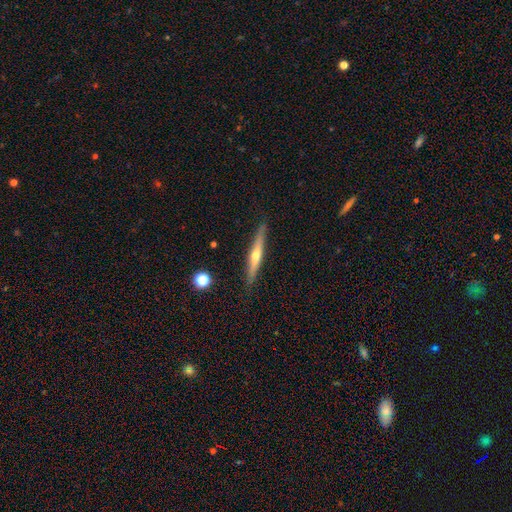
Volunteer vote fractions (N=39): Smooth or featured? 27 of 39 (69%) said featured or disk. Edge-on disk? 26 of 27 (96%) said yes. Edge-on bulge? 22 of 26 (85%) said rounded. Merging? 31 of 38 (82%) said none.